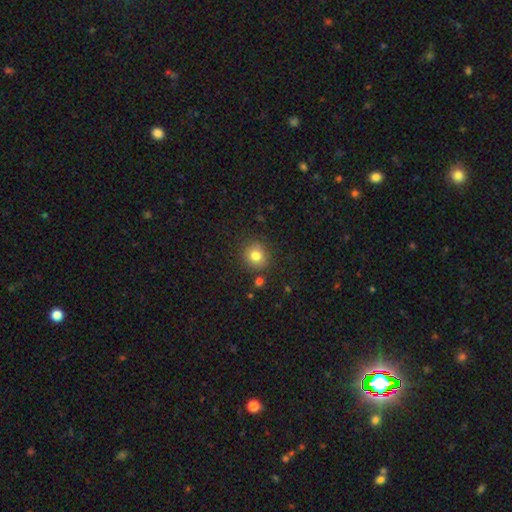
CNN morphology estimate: smooth_or_featured: smooth (p=0.81) [alt: star or artifact p=0.12]
how_rounded: round (p=0.86) [alt: in between p=0.13]
merging: none (p=0.84) [alt: minor disturbance p=0.09]